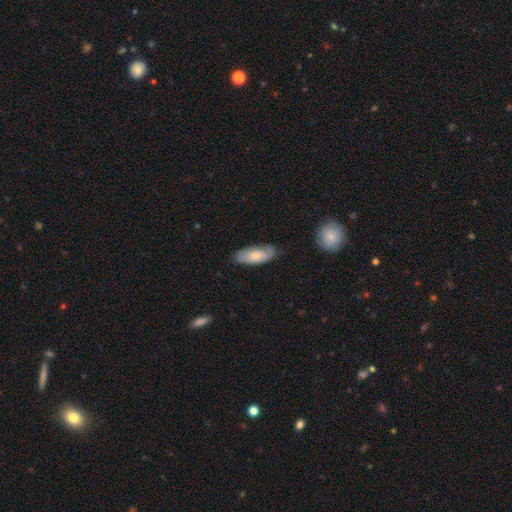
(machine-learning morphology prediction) type=smooth (58%); roundness=in between (83%); merging=none (71%).